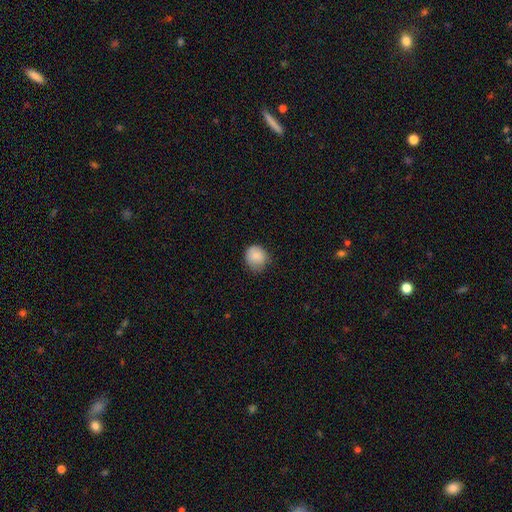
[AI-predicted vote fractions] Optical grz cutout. It shows a smooth galaxy with no disk features (85%) that is round (79%). Merging: none (69%).